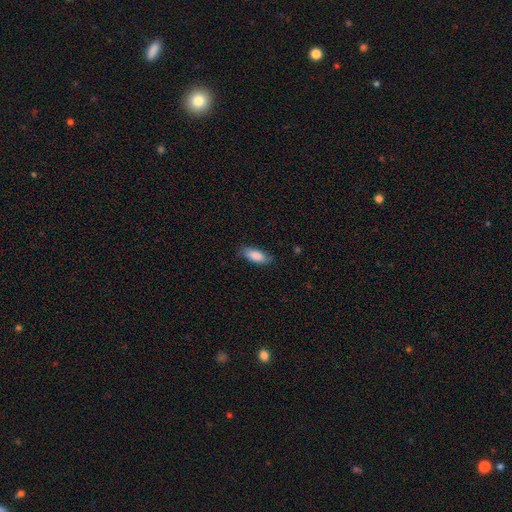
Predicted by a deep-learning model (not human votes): A smooth galaxy with no disk features (85%) that is in between round and cigar-shaped (78%).

Vote fractions:
- Smooth or featured? smooth: 85% / featured or disk: 9% / star or artifact: 6%
- How rounded? in between: 78% / cigar-shaped: 20% / round: 2%
- Merging? none: 79% / minor disturbance: 16% / major disturbance: 3% / merger: 1%